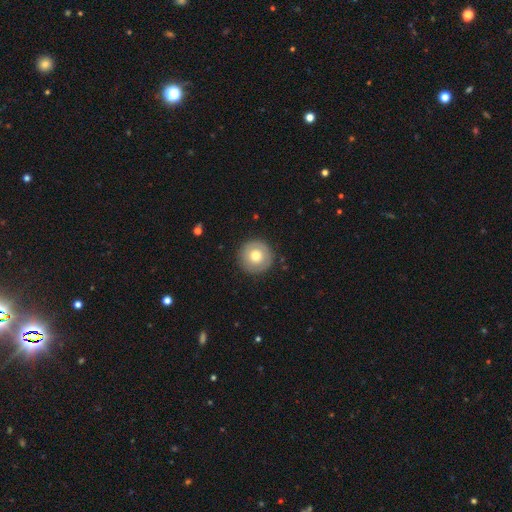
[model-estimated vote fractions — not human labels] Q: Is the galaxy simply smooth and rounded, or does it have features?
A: smooth — 68%.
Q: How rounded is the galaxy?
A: round — 96%.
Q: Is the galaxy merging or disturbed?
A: none — 89%.